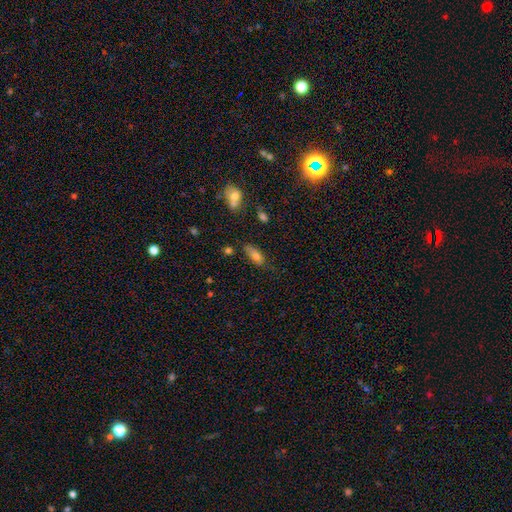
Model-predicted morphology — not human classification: The model was most divided on "merging": none: 64%, minor disturbance: 24%, major disturbance: 7%, merger: 5%. More confident: how rounded — in between (78%); smooth or featured — smooth (74%).